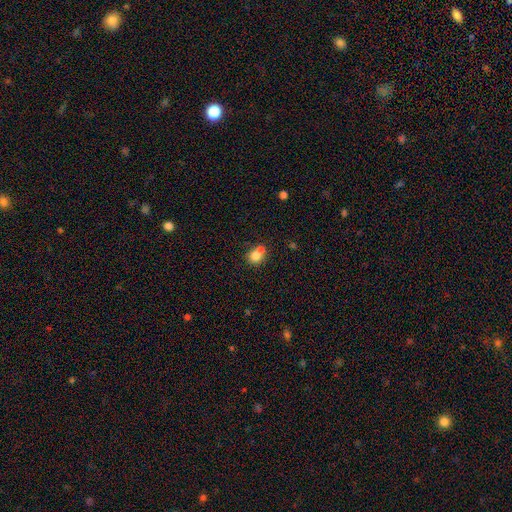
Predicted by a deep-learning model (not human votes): Overall: smooth (77%). How rounded: round (75%). Merging: merger (48%; none 39%).